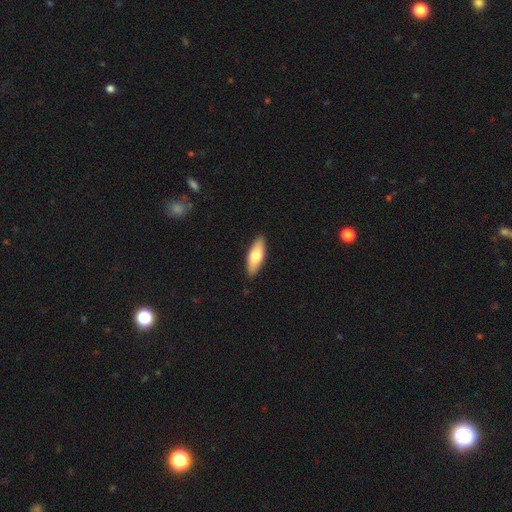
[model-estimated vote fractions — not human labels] smooth_or_featured: smooth (p=0.71) [alt: featured or disk p=0.23]
how_rounded: in between (p=0.68) [alt: cigar-shaped p=0.30]
merging: none (p=0.88) [alt: minor disturbance p=0.09]